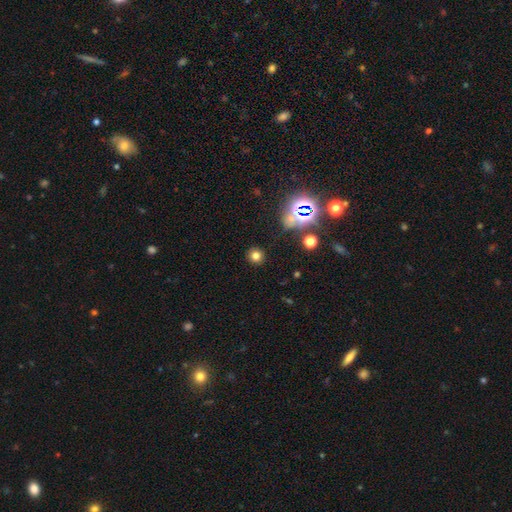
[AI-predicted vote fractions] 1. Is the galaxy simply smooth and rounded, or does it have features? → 73% smooth, 20% star or artifact, 7% featured or disk.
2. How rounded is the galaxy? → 91% round, 8% in between, 1% cigar-shaped.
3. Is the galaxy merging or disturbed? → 89% none, 6% minor disturbance, 3% major disturbance, 2% merger.